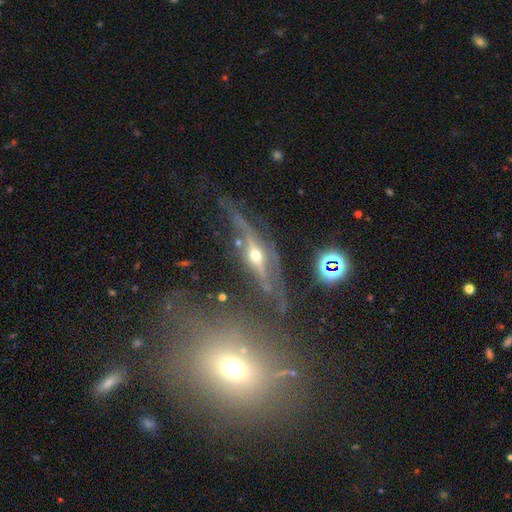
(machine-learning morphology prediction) Smooth or featured: featured or disk — 81% (smooth — 10%)
Edge-on disk: yes — 73% (no — 27%)
Edge-on bulge: rounded — 91% (none — 5%)
Merging: none — 55% (minor disturbance — 20%)